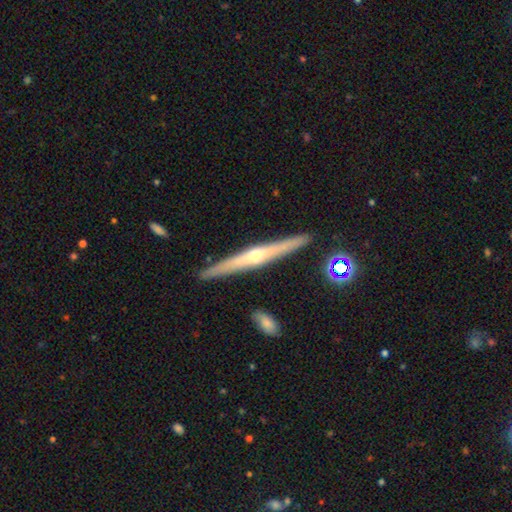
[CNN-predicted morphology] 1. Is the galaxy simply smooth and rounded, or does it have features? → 76% featured or disk, 17% smooth, 6% star or artifact.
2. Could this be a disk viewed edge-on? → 97% yes, 3% no.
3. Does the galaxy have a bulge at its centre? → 86% rounded, 12% none, 3% boxy.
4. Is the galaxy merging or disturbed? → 90% none, 7% minor disturbance, 2% merger, 1% major disturbance.